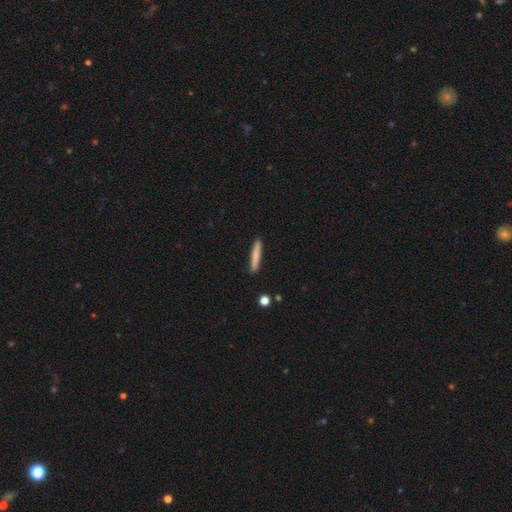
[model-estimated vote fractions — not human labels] Smooth or featured? Predicted: smooth (p=0.78). How rounded? Predicted: cigar-shaped (p=0.94). Merging? Predicted: none (p=0.90).